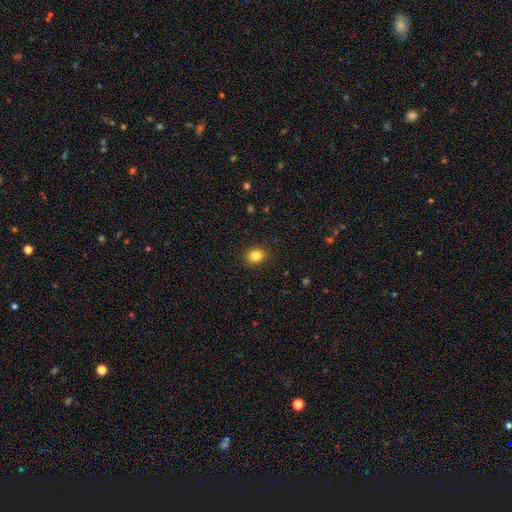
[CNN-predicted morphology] Smooth or featured?
  - smooth: 84% *
  - star or artifact: 10%
  - featured or disk: 6%
How rounded?
  - in between: 55% *
  - round: 44%
  - cigar-shaped: 1%
Merging?
  - none: 89% *
  - minor disturbance: 8%
  - major disturbance: 2%
  - merger: 1%